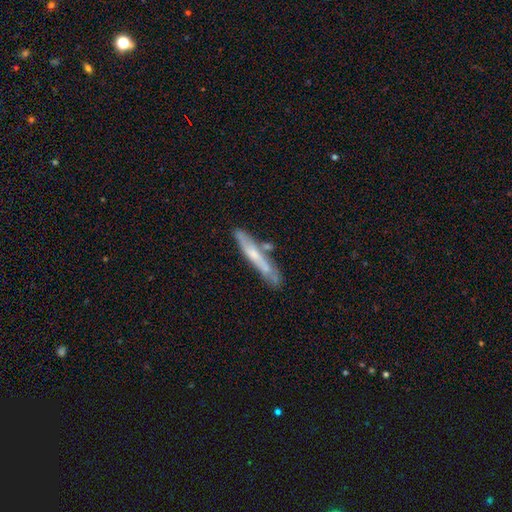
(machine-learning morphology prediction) Smooth or featured: featured or disk — 49% (smooth — 44%)
Merging: none — 67% (minor disturbance — 18%)